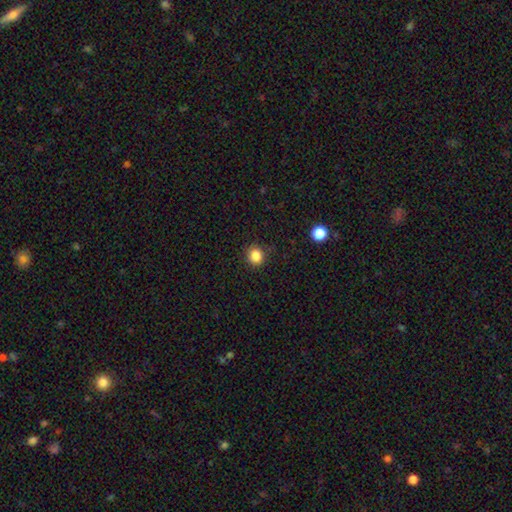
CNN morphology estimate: Smooth or featured? Predicted: smooth (p=0.85). How rounded? Predicted: round (p=0.83). Merging? Predicted: none (p=0.87).